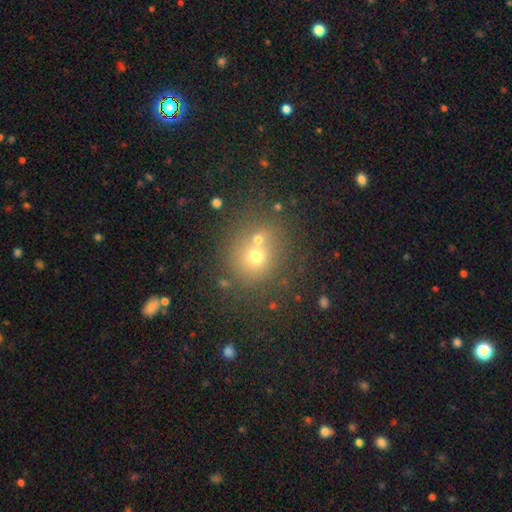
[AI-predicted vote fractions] A smooth galaxy with no disk features (63%) that is round (85%). Merging: none (59%).